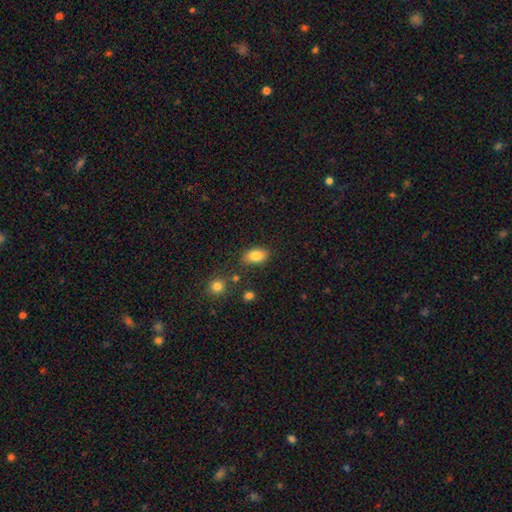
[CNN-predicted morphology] Overall: smooth (84%). How rounded: in between (88%). Merging: none (77%).